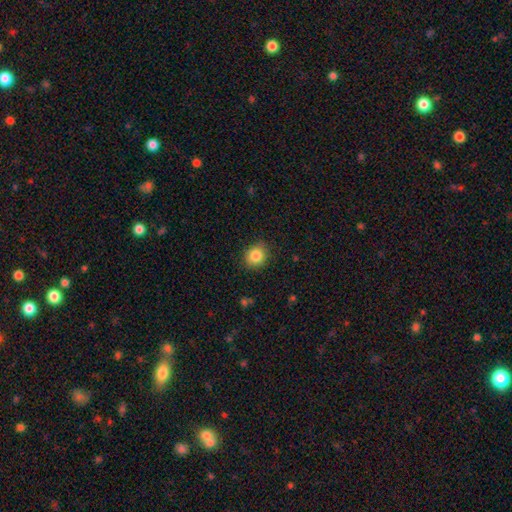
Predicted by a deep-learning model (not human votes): A smooth galaxy with no disk features (85%) that is round (77%). Merging: none (85%).